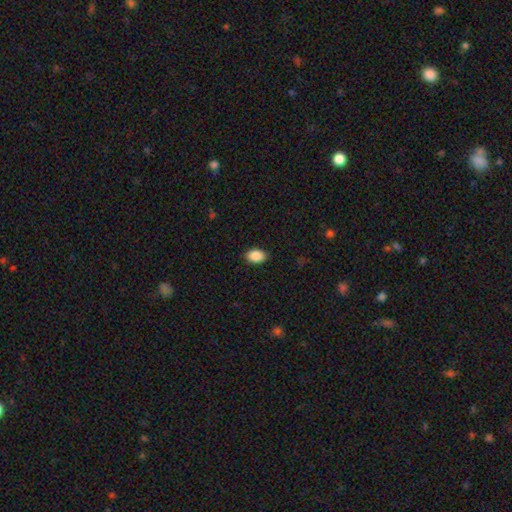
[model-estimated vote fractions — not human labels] smooth_or_featured: smooth (p=0.89) [alt: star or artifact p=0.08]
how_rounded: in between (p=0.84) [alt: round p=0.15]
merging: none (p=0.89) [alt: minor disturbance p=0.08]